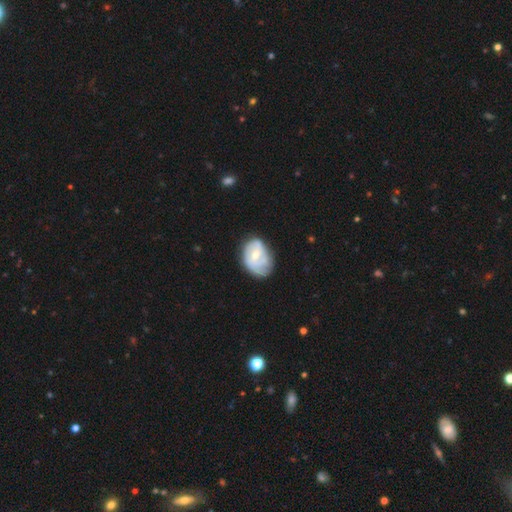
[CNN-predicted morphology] This appears to be a featured or disk galaxy (53%) with no bar (61%), spiral arms (55%) and a moderate central bulge (48%). Merging: none (47%).